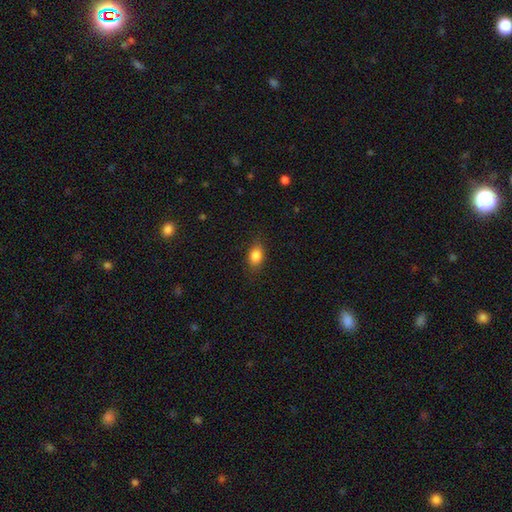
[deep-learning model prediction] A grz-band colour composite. It shows a smooth galaxy with no disk features (84%) that is in between round and cigar-shaped (76%). Merging: none (83%).